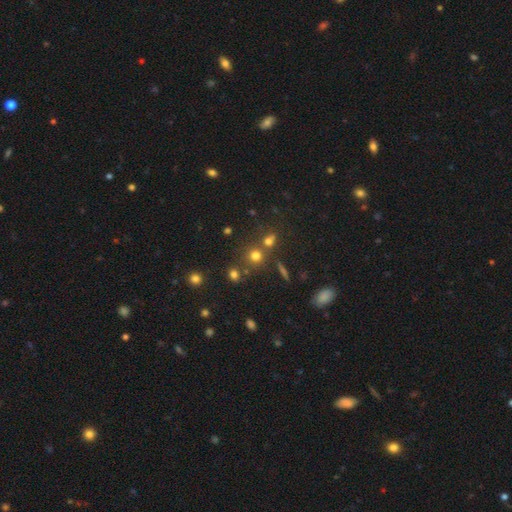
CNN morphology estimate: This appears to be a smooth galaxy with no disk features (69%) that is round (88%). Merging: none (66%).